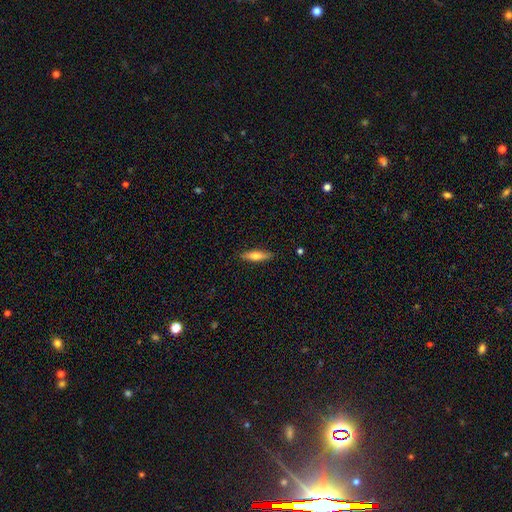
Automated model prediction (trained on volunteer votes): A smooth galaxy with no disk features (62%) that is cigar-shaped (71%).

Vote fractions:
- Smooth or featured? smooth: 62% / featured or disk: 32% / star or artifact: 6%
- How rounded? cigar-shaped: 71% / in between: 27% / round: 2%
- Merging? none: 88% / minor disturbance: 9% / major disturbance: 2% / merger: 1%